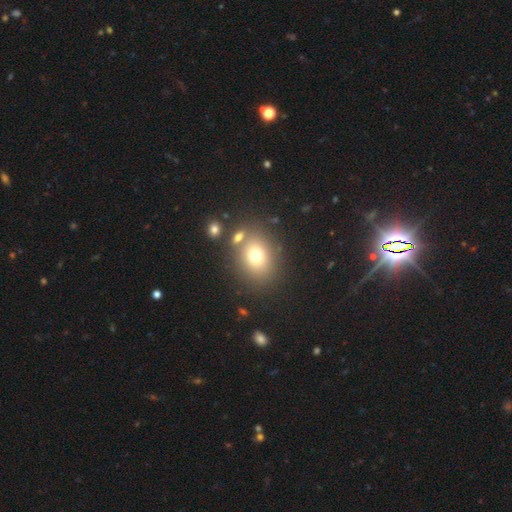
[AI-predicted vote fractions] Smooth or featured?
  - smooth: 73% *
  - star or artifact: 14%
  - featured or disk: 13%
How rounded?
  - in between: 50% *
  - round: 49%
  - cigar-shaped: 1%
Merging?
  - none: 72% *
  - merger: 13%
  - minor disturbance: 10%
  - major disturbance: 5%